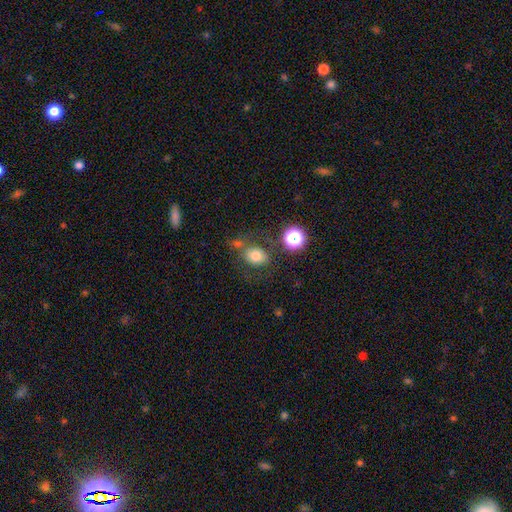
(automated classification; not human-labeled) Smooth or featured: smooth — 73% (star or artifact — 15%)
How rounded: round — 53% (in between — 46%)
Merging: none — 63% (minor disturbance — 17%)